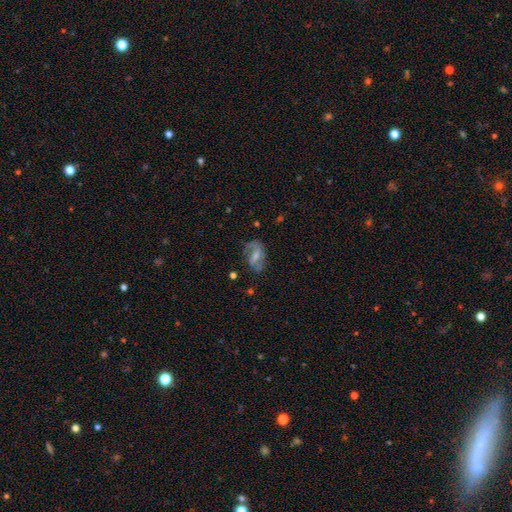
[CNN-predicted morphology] This is likely a featured or disk galaxy (60%). It is clearly not viewed edge-on (94%). Bar: marginally weak (44%). Spiral arm pattern: likely yes (72%). Central bulge: marginally small (41%, tied with moderate). Merging: possibly none (53%).